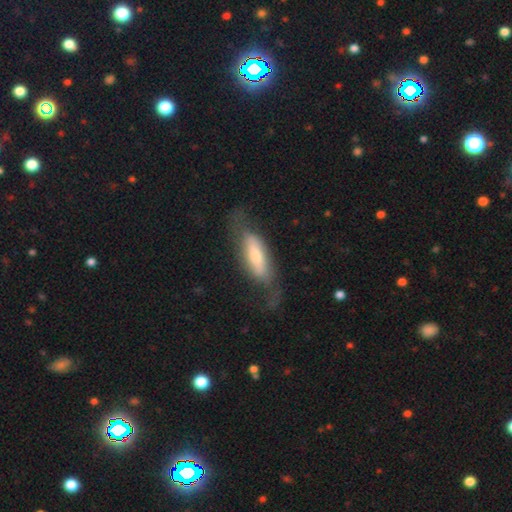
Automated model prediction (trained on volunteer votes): Morphology: type=featured or disk (49%); merging=none (53%).